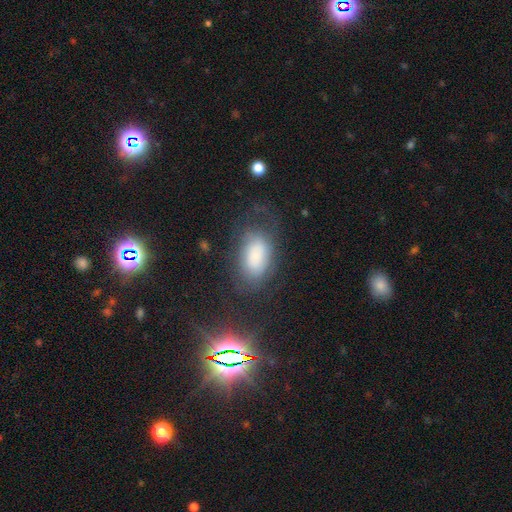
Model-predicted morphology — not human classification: Smooth or featured: smooth — 63% (featured or disk — 25%)
How rounded: in between — 91% (round — 7%)
Merging: none — 53% (minor disturbance — 24%)